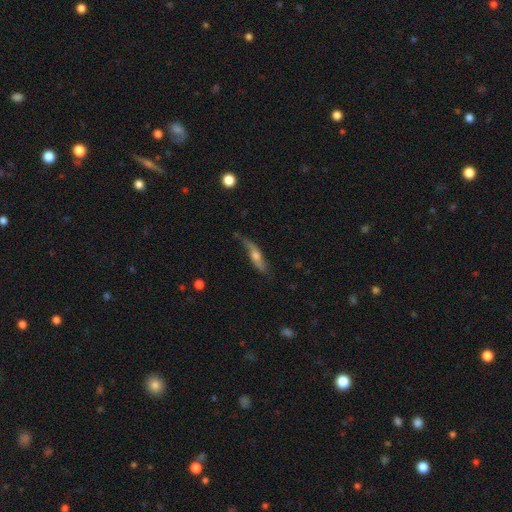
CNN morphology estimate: Overall: featured or disk (58%; smooth 35%). Edge-on disk: yes (63%; no 37%). Merging: none (59%; minor disturbance 29%).